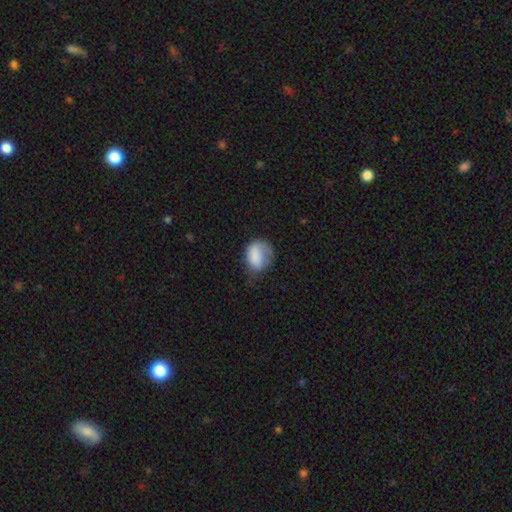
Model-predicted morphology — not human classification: smooth 77%, featured or disk 16%, star or artifact 7%. Down the decision tree: how rounded — in between (53%); merging — none (36%).